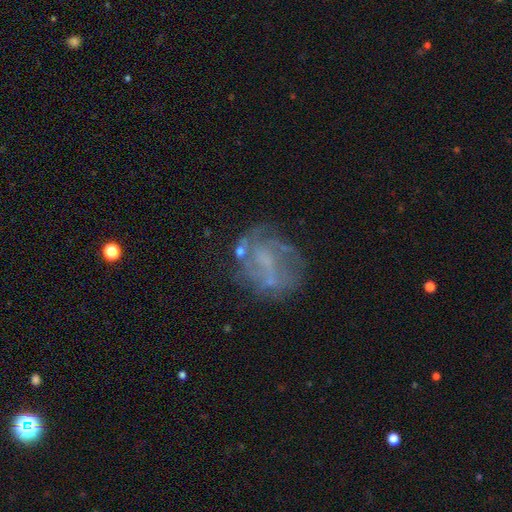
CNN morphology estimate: This is likely a featured or disk galaxy (70%). It is clearly not viewed edge-on (98%). Bar: possibly no (53%). Spiral arm pattern: likely yes (62%). Central bulge: possibly none (59%). Merging: possibly none (56%).